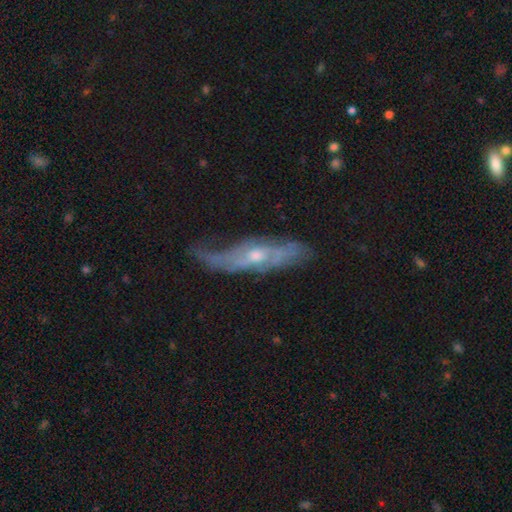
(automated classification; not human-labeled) featured or disk 73%, smooth 19%, star or artifact 8%. Down the decision tree: edge-on disk — no (57%); merging — none (52%).